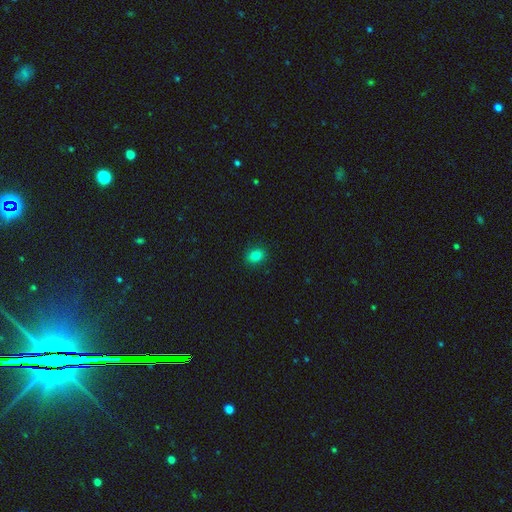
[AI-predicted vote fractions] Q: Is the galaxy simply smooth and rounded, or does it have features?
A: smooth — 81%.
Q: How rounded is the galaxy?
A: in between — 52%.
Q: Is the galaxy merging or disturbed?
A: none — 89%.